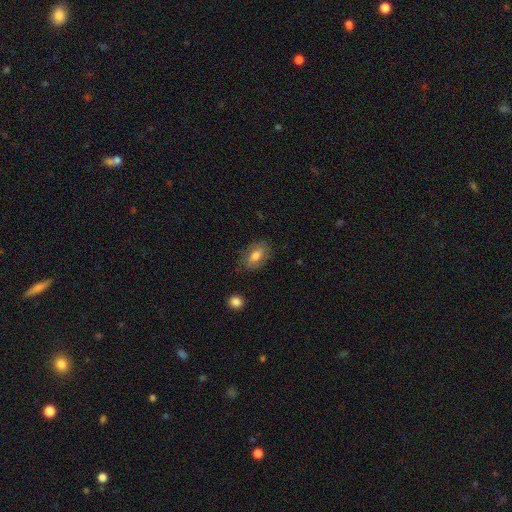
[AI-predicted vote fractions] The model was most divided on "smooth or featured": smooth: 70%, featured or disk: 22%, star or artifact: 8%. More confident: how rounded — in between (86%); merging — none (77%).